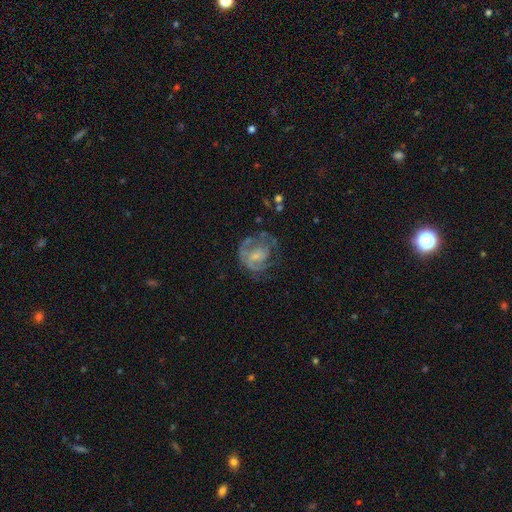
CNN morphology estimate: This appears to be a featured or disk galaxy (65%) with no bar (62%), spiral arms (60%) and a small central bulge (44%). Merging: none (45%).